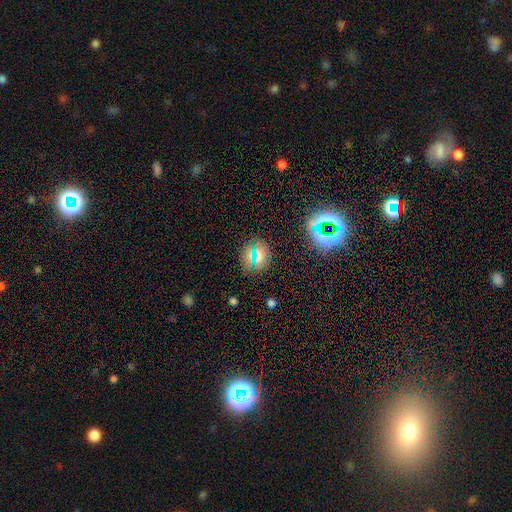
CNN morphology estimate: smooth-or-featured: smooth: 62% | star or artifact: 28% | featured or disk: 10%
  how-rounded: round: 54% | in between: 41% | cigar-shaped: 4%
  merging: none: 83% | minor disturbance: 10% | major disturbance: 4% | merger: 3%